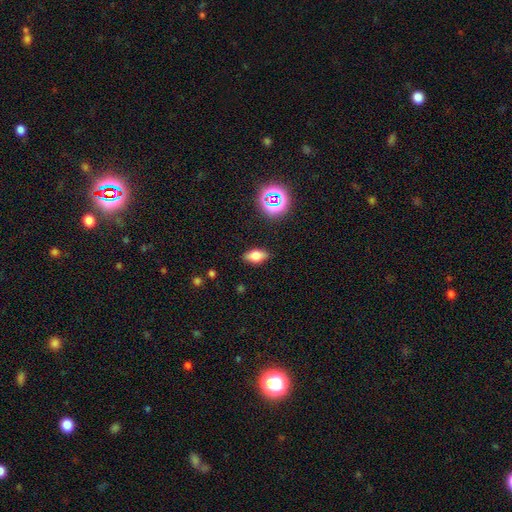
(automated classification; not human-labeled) This appears to be a smooth galaxy with no disk features (72%) that is in between round and cigar-shaped (86%). Merging: none (87%).